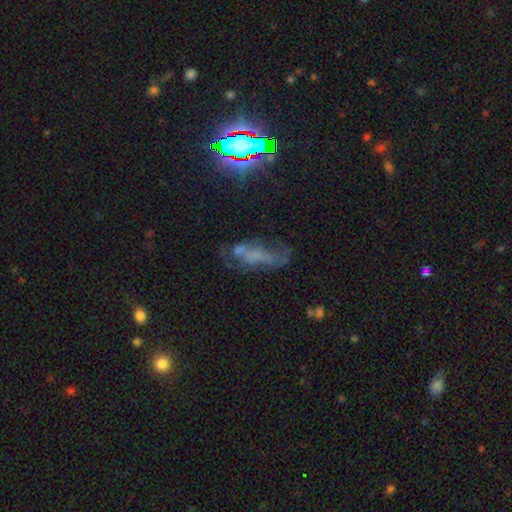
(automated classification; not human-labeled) smooth-or-featured: featured or disk: 45% | smooth: 31% | star or artifact: 24%
  merging: none: 38% | major disturbance: 31% | minor disturbance: 23% | merger: 9%